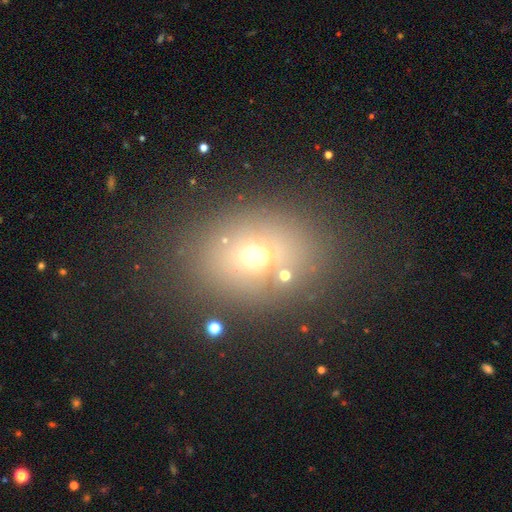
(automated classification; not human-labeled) Smooth or featured: smooth — 62% (star or artifact — 22%)
How rounded: in between — 57% (round — 41%)
Merging: none — 76% (minor disturbance — 12%)